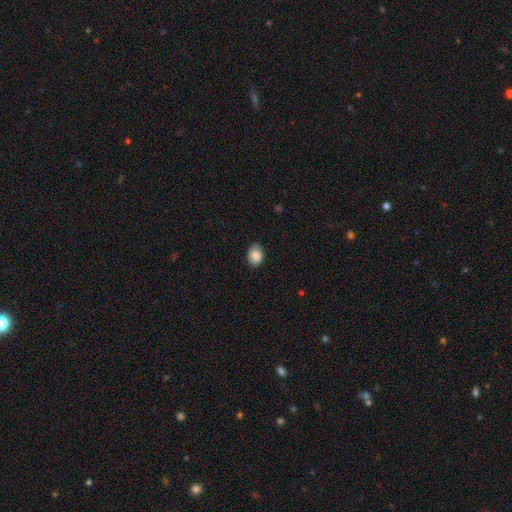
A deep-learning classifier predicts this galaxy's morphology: type=smooth (86%); roundness=in between (73%); merging=none (81%).